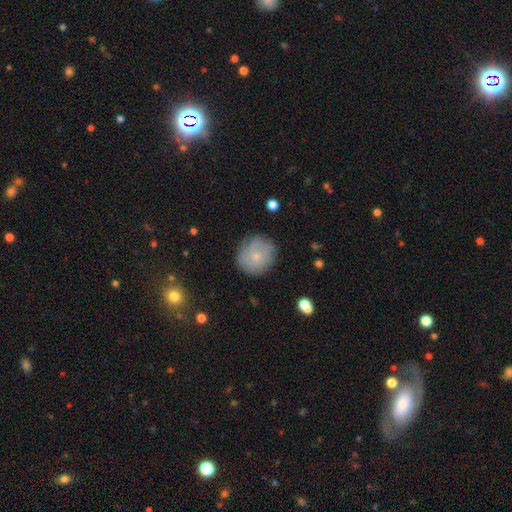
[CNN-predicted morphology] Smooth or featured? Predicted: smooth (p=0.59). How rounded? Predicted: round (p=0.87). Merging? Predicted: none (p=0.78).